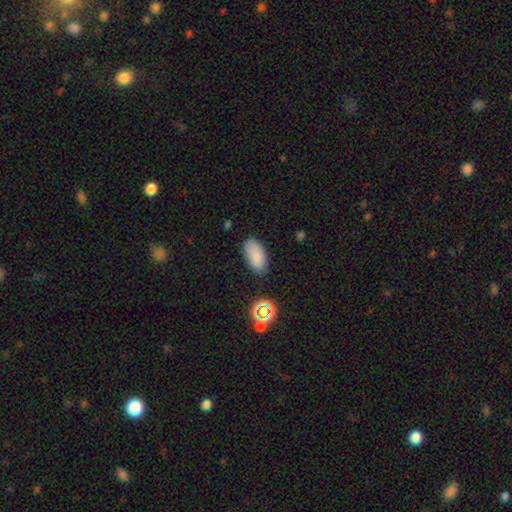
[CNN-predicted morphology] Smooth or featured: smooth — 84% (star or artifact — 10%)
How rounded: in between — 93% (round — 3%)
Merging: none — 81% (minor disturbance — 13%)